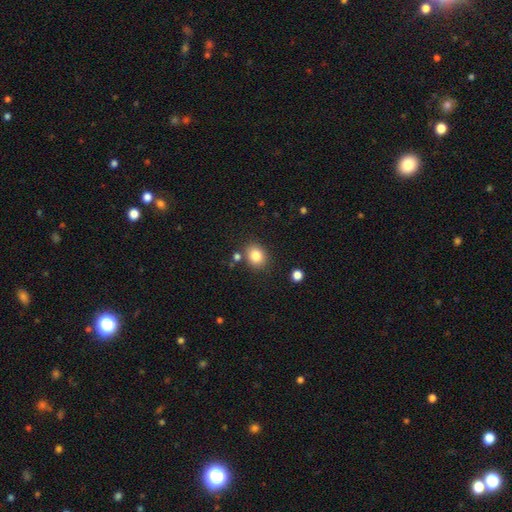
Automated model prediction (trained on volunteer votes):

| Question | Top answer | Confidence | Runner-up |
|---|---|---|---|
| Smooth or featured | smooth | 83% | star or artifact (10%) |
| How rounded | round | 60% | in between (39%) |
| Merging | none | 81% | minor disturbance (10%) |